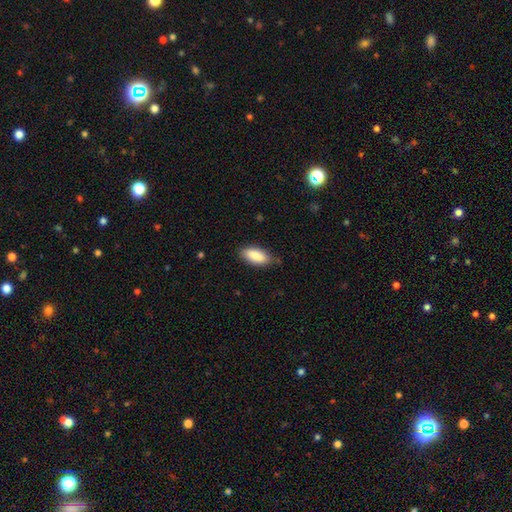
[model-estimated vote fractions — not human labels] A smooth galaxy with no disk features (89%) that is in between round and cigar-shaped (86%).

Vote fractions:
- Smooth or featured? smooth: 89% / star or artifact: 6% / featured or disk: 5%
- How rounded? in between: 86% / cigar-shaped: 12% / round: 2%
- Merging? none: 80% / minor disturbance: 16% / major disturbance: 3% / merger: 2%